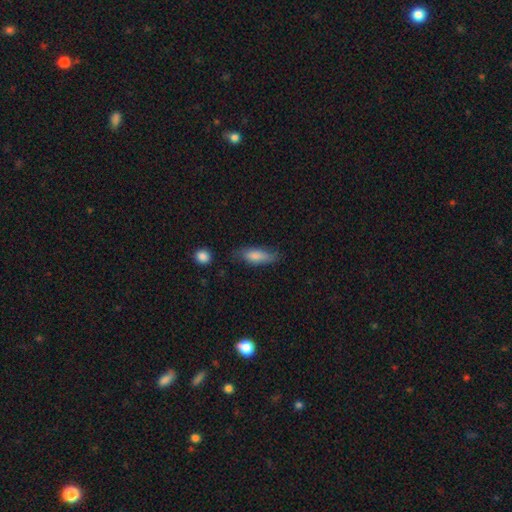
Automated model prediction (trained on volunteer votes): A smooth galaxy with no disk features (71%) that is in between round and cigar-shaped (52%).

Vote fractions:
- Smooth or featured? smooth: 71% / featured or disk: 20% / star or artifact: 9%
- How rounded? in between: 52% / cigar-shaped: 45% / round: 3%
- Merging? none: 73% / minor disturbance: 21% / major disturbance: 4% / merger: 2%